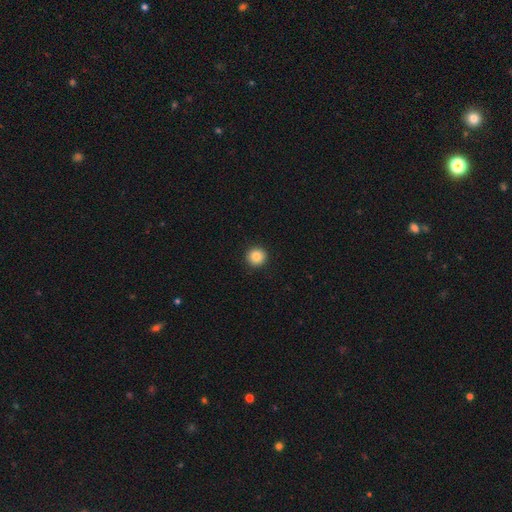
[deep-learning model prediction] Smooth or featured? Predicted: smooth (p=0.86). How rounded? Predicted: round (p=0.95). Merging? Predicted: none (p=0.93).